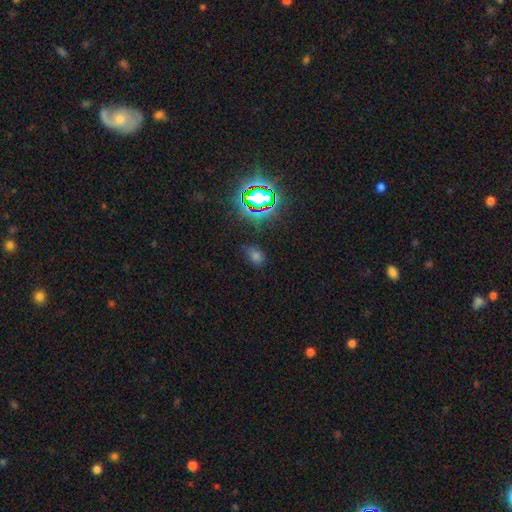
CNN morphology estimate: A smooth galaxy with no disk features (50%).

Vote fractions:
- Smooth or featured? smooth: 50% / star or artifact: 43% / featured or disk: 8%
- Merging? none: 73% / minor disturbance: 17% / major disturbance: 7% / merger: 3%